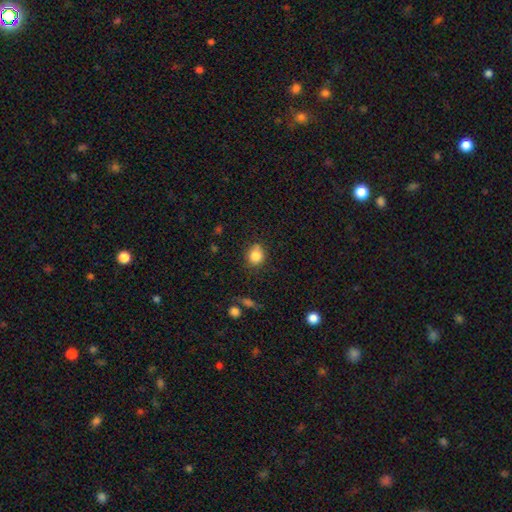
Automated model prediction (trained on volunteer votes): This appears to be a smooth galaxy with no disk features (83%) that is round (77%). Merging: none (73%).